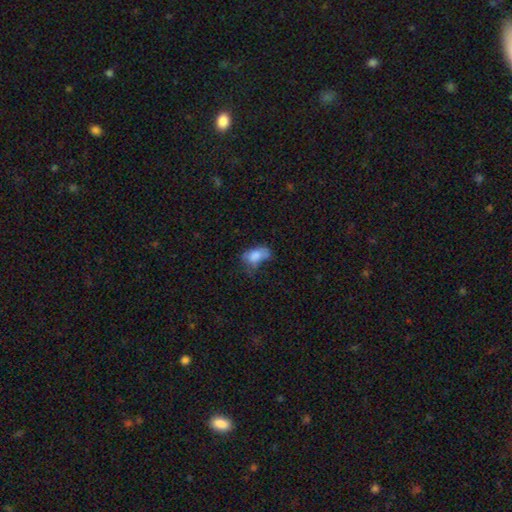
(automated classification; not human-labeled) The model was most divided on "merging" (2-way tie): minor disturbance: 33%, none: 33%, major disturbance: 28%, merger: 7%. More confident: how rounded — in between (88%); smooth or featured — smooth (74%).